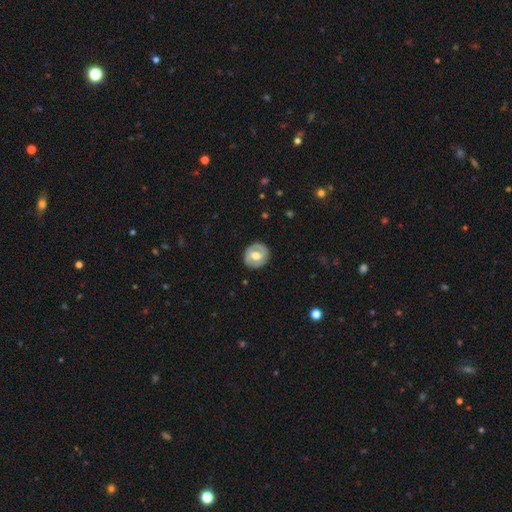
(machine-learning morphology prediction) This is possibly a featured or disk galaxy (59%). It is clearly not viewed edge-on (96%). Bar: marginally weak (43%). Spiral arm pattern: possibly yes (50%, tied with no). Central bulge: likely moderate (65%). Merging: clearly none (84%).